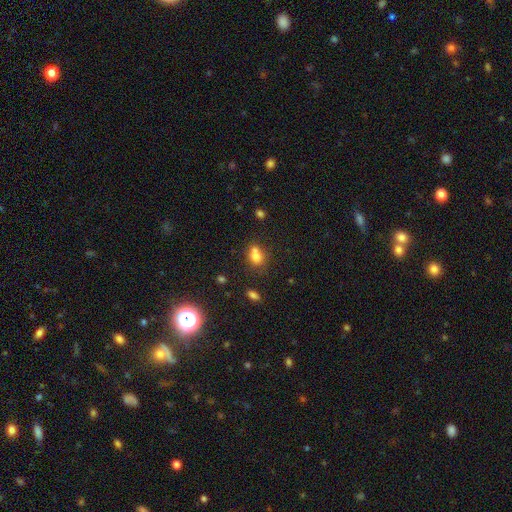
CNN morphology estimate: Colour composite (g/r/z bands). It shows a smooth galaxy with no disk features (74%) that is in between round and cigar-shaped (52%). Merging: merger (41%).